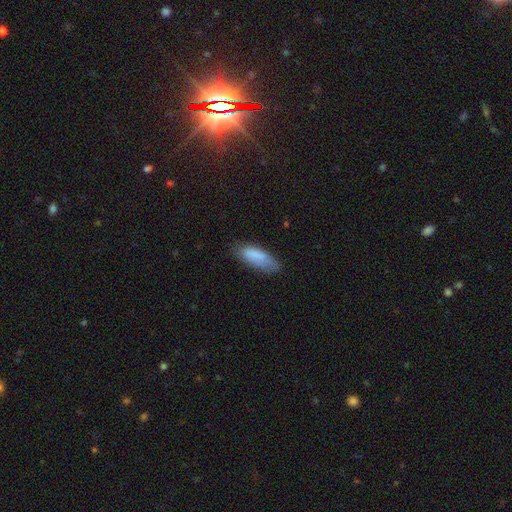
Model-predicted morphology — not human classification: A smooth galaxy with no disk features (81%) that is in between round and cigar-shaped (63%). Merging: none (66%).